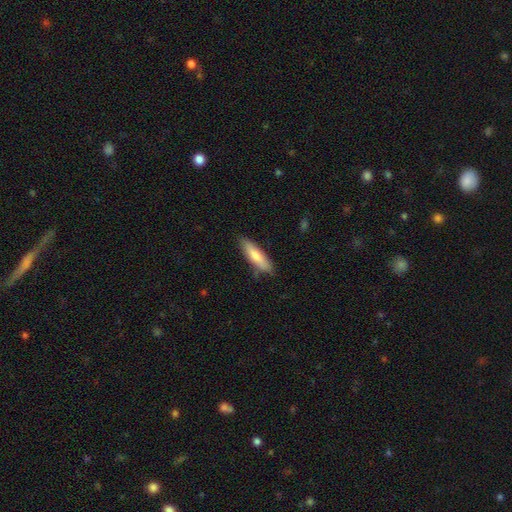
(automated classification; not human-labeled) Q: Smooth or featured?
A: smooth (73%); runner-up: featured or disk (21%)
Q: How rounded?
A: cigar-shaped (64%); runner-up: in between (34%)
Q: Merging?
A: none (81%); runner-up: minor disturbance (14%)